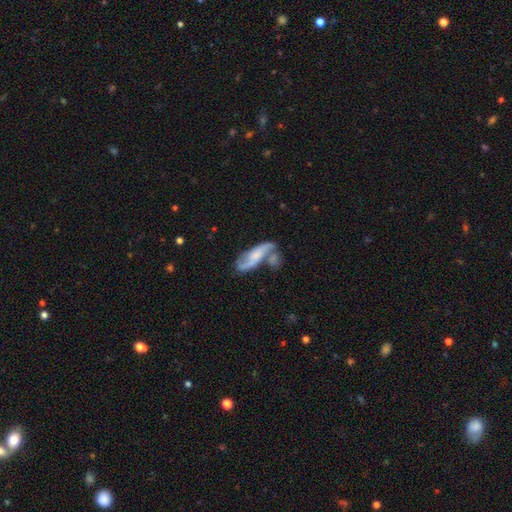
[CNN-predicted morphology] This appears to be a featured or disk galaxy (70%) with no bar (56%), 2 (88%) loose (63%) spiral arms (90%) and a small central bulge (45%). Merging: none (41%).